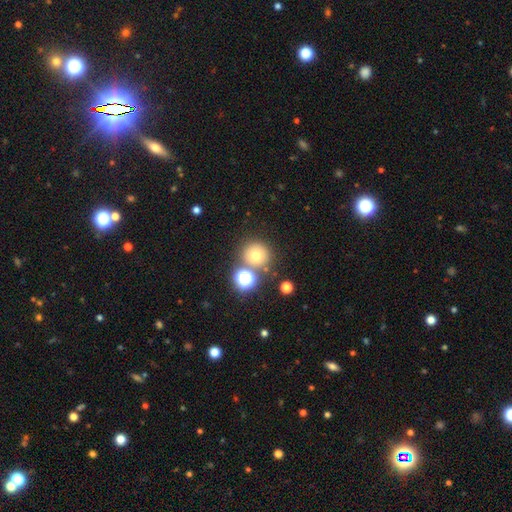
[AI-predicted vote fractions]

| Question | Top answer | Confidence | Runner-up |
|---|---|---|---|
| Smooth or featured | smooth | 69% | star or artifact (20%) |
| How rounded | round | 92% | in between (7%) |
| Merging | none | 71% | merger (17%) |